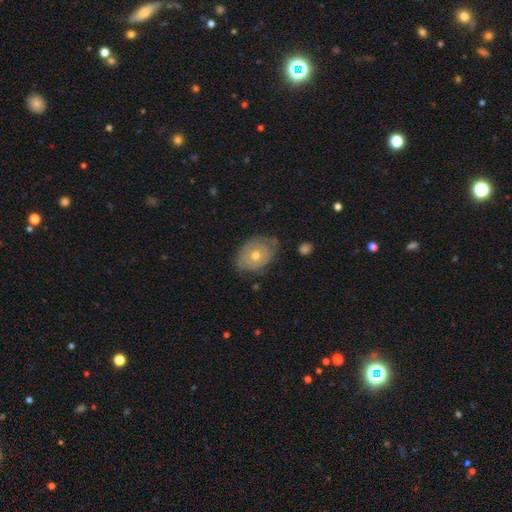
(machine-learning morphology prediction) The model was most divided on "spiral arms": yes: 59%, no: 41%. More confident: edge-on disk — no (94%); bar — no (88%); merging — none (70%); bulge size — moderate (64%); smooth or featured — featured or disk (55%).